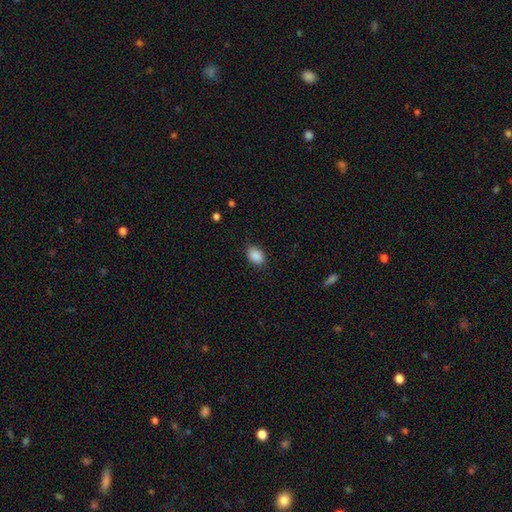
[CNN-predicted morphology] This appears to be a smooth galaxy with no disk features (89%) that is in between round and cigar-shaped (79%). Merging: none (83%).